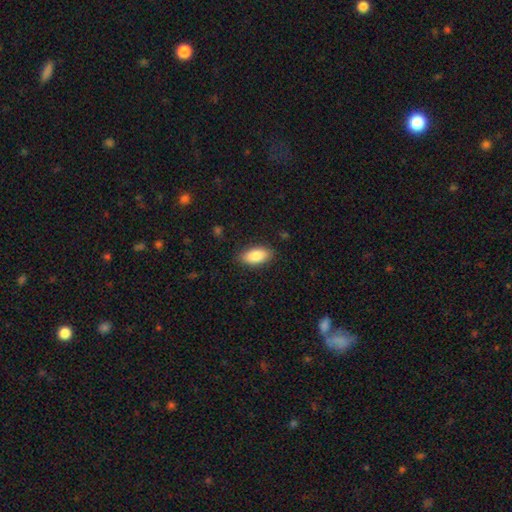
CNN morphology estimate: Smooth or featured? smooth (86%)
How rounded? in between (91%)
Merging? none (85%)